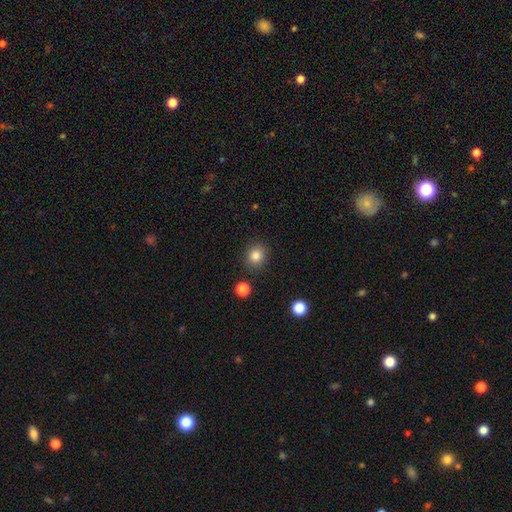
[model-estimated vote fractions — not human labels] A smooth galaxy with no disk features (83%) that is round (83%).

Vote fractions:
- Smooth or featured? smooth: 83% / star or artifact: 11% / featured or disk: 6%
- How rounded? round: 83% / in between: 16% / cigar-shaped: 1%
- Merging? none: 88% / minor disturbance: 7% / merger: 2% / major disturbance: 2%